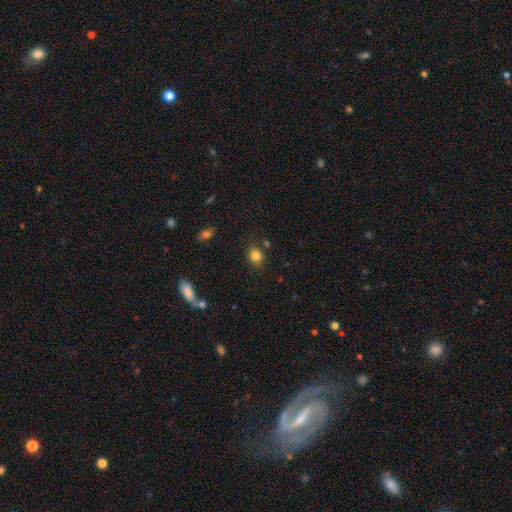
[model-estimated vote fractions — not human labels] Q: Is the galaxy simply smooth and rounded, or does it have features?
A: smooth — 82%.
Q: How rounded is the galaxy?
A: in between — 50%.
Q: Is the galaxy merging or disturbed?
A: none — 80%.